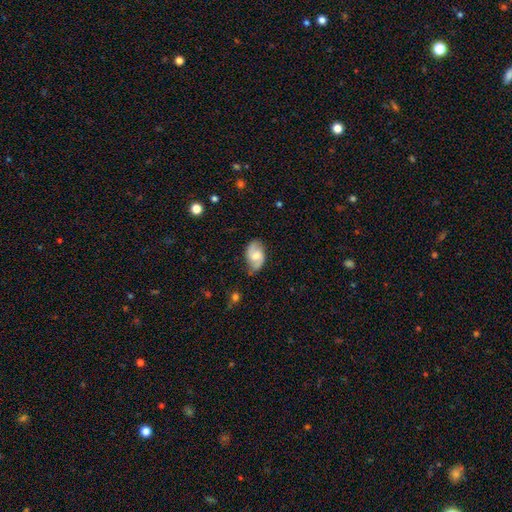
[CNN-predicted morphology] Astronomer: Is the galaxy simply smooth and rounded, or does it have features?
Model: featured or disk — 66%.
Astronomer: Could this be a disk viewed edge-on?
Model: no — 97%.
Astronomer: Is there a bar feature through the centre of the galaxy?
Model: no — 46% (runner-up: weak, 45%).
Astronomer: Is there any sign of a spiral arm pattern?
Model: yes — 93%.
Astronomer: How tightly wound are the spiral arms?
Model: medium — 47% (runner-up: loose, 32%).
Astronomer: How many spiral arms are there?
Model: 2 — 88%.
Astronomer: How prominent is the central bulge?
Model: moderate — 52% (runner-up: small, 29%).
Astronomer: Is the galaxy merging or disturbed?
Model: none — 70%.